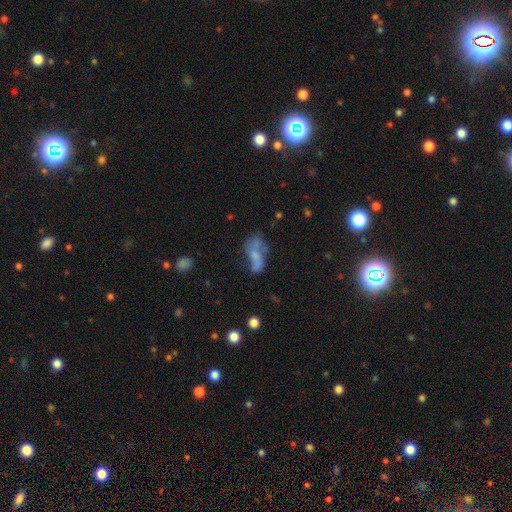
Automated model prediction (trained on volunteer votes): A smooth galaxy with no disk features (44%). Merging: none (29%, tied with major disturbance).